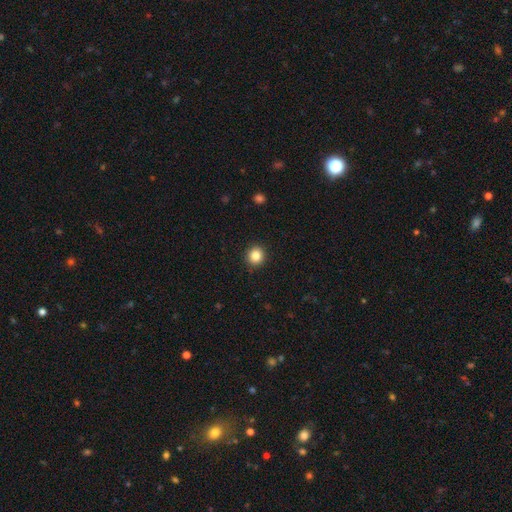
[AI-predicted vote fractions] Overall: smooth (84%). How rounded: round (90%). Merging: none (92%).